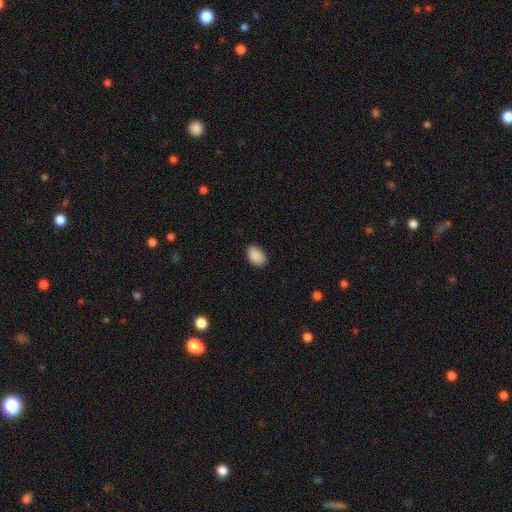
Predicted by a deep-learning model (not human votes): smooth-or-featured: smooth: 90% | star or artifact: 7% | featured or disk: 3%
  how-rounded: in between: 87% | round: 12% | cigar-shaped: 1%
  merging: none: 86% | minor disturbance: 10% | major disturbance: 2% | merger: 1%